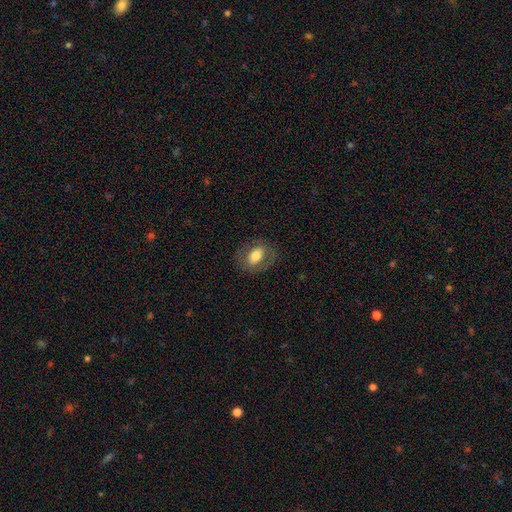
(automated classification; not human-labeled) Smooth or featured?
  - smooth: 64% *
  - featured or disk: 28%
  - star or artifact: 8%
How rounded?
  - in between: 76% *
  - round: 23%
  - cigar-shaped: 1%
Merging?
  - none: 77% *
  - minor disturbance: 14%
  - major disturbance: 8%
  - merger: 1%